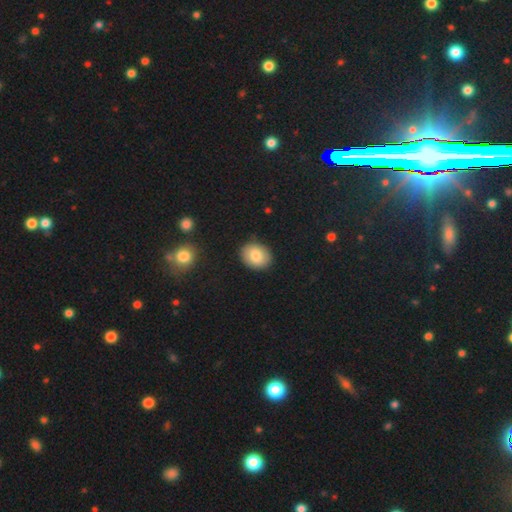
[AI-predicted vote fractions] This appears to be a smooth galaxy with no disk features (81%) that is in between round and cigar-shaped (52%). Merging: none (88%).